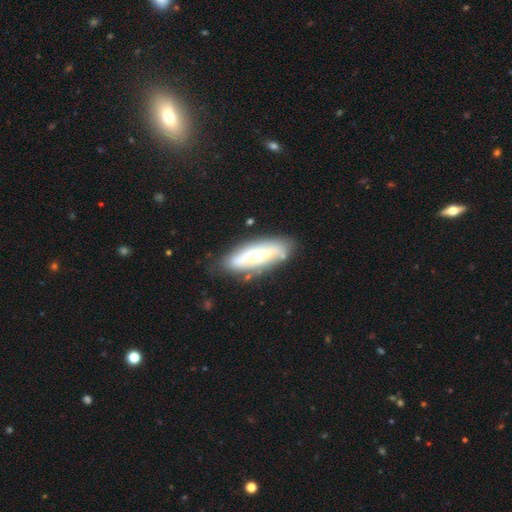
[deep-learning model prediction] Morphology: type=featured or disk (62%); edge-on=yes (50%, tied with no); merging=none (77%).